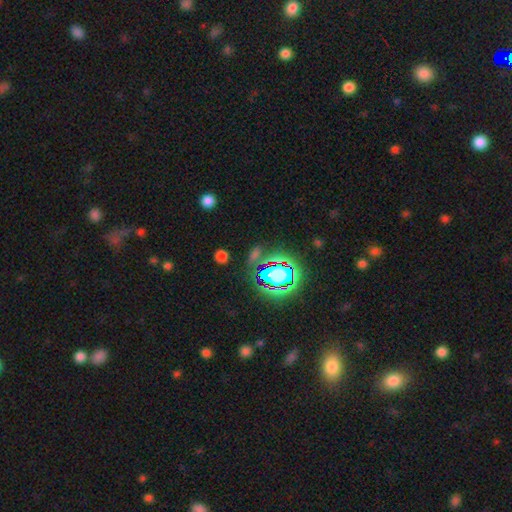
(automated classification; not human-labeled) smooth-or-featured: star or artifact: 56% | smooth: 32% | featured or disk: 12%